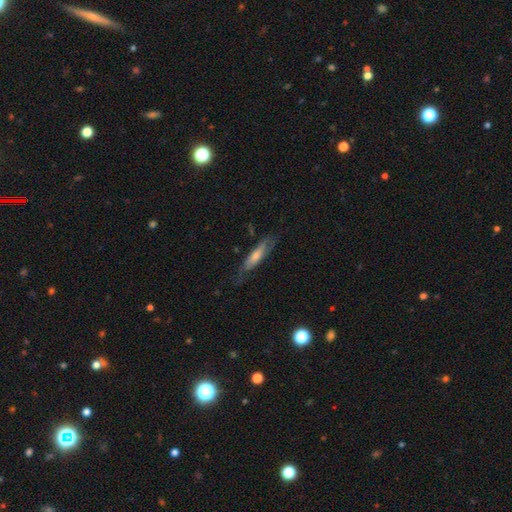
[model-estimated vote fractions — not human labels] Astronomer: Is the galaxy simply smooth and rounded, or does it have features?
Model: featured or disk — 50% (runner-up: smooth, 42%).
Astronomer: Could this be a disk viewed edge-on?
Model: yes — 64%.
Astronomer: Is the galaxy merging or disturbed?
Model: none — 70%.